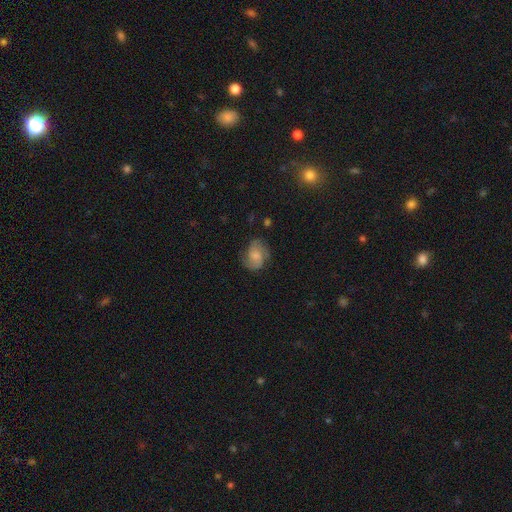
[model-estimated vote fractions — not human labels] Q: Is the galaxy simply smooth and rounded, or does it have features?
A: featured or disk — 57%.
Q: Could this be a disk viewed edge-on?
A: no — 98%.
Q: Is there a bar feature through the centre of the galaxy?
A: no — 62%.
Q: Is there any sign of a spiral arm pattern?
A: yes — 91%.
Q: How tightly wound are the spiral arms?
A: medium — 48%.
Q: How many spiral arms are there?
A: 2 — 74%.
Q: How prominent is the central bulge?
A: moderate — 30%.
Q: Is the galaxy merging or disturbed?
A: none — 67%.